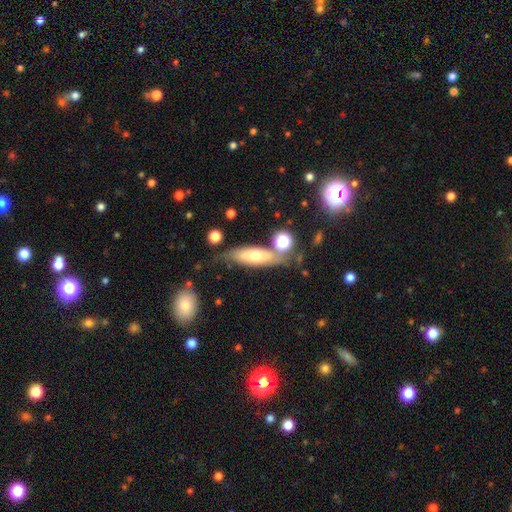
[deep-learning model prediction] Morphology: type=smooth (51%); roundness=in between (49%); merging=none (60%).